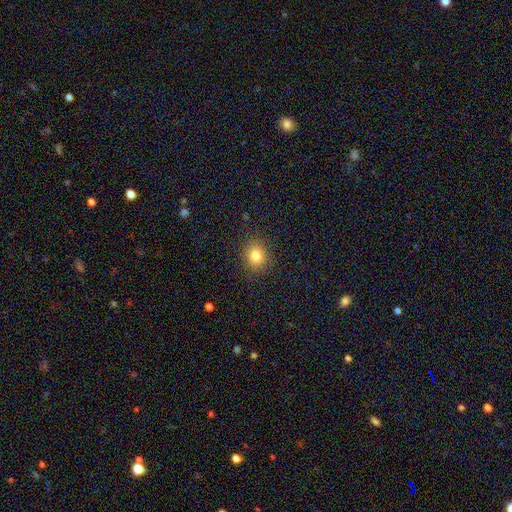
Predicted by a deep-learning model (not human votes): A smooth galaxy with no disk features (80%) that is round (76%).

Vote fractions:
- Smooth or featured? smooth: 80% / star or artifact: 13% / featured or disk: 7%
- How rounded? round: 76% / in between: 23% / cigar-shaped: 1%
- Merging? none: 88% / minor disturbance: 8% / major disturbance: 3% / merger: 1%